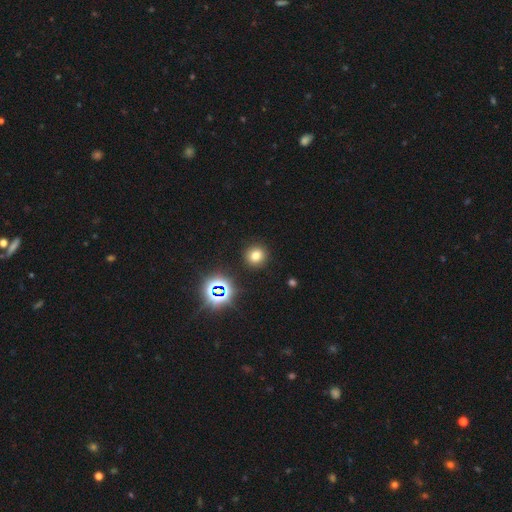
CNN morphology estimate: The model was most divided on "smooth or featured": smooth: 72%, star or artifact: 21%, featured or disk: 8%. More confident: merging — none (90%); how rounded — round (89%).